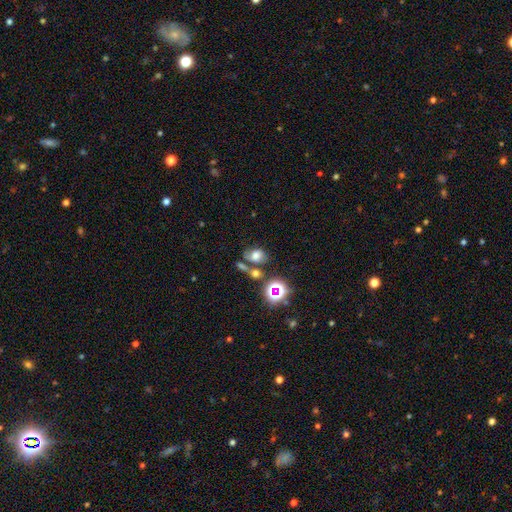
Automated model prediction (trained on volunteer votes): Smooth or featured: smooth — 54% (featured or disk — 23%)
How rounded: in between — 59% (round — 39%)
Merging: none — 45% (merger — 27%)